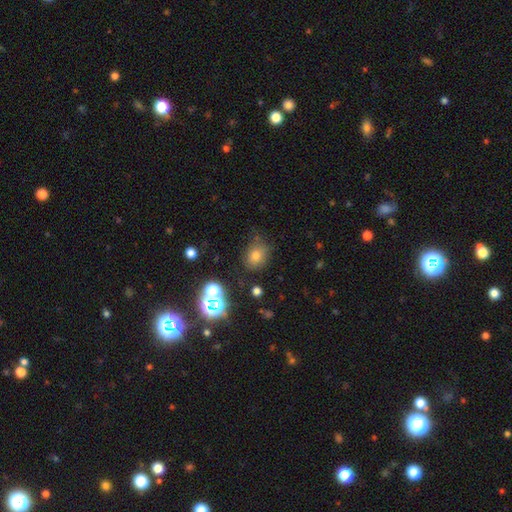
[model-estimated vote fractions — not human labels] This is likely a smooth galaxy (71%). How rounded: possibly round (52%). Merging: likely none (71%).